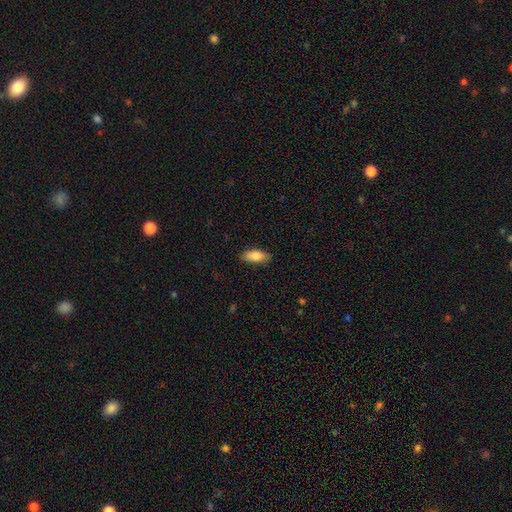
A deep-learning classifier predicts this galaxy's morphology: Overall: smooth (81%). How rounded: in between (82%). Merging: none (86%).